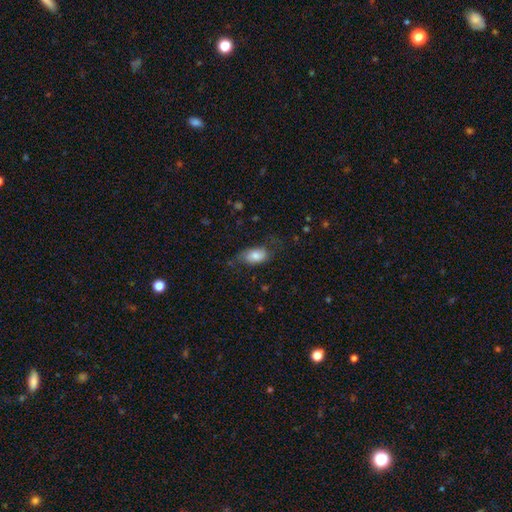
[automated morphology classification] smooth-or-featured: smooth: 71% | featured or disk: 21% | star or artifact: 7%
  how-rounded: in between: 90% | round: 6% | cigar-shaped: 3%
  merging: none: 55% | minor disturbance: 28% | major disturbance: 16% | merger: 2%